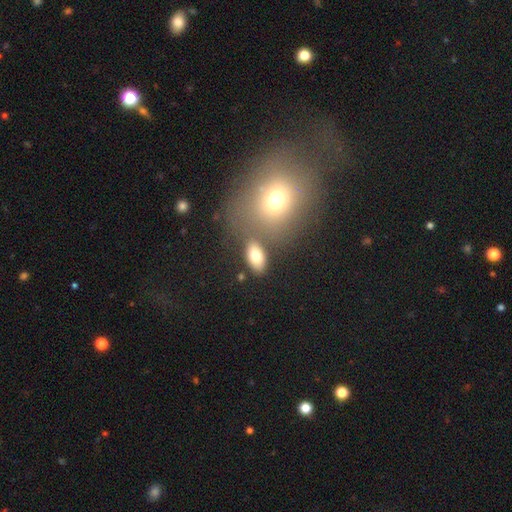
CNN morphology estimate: A smooth galaxy with no disk features (77%) that is in between round and cigar-shaped (89%). Merging: none (72%).